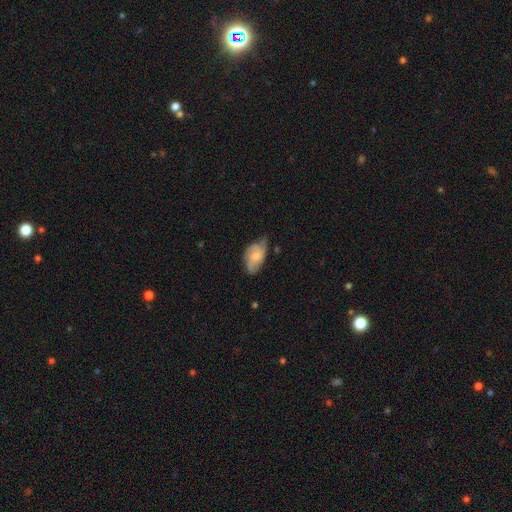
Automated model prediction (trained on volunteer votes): Q: Smooth or featured?
A: featured or disk (62%); runner-up: smooth (32%)
Q: Edge-on disk?
A: no (96%); runner-up: yes (4%)
Q: Bar?
A: no (68%); runner-up: weak (28%)
Q: Spiral arms?
A: yes (89%); runner-up: no (11%)
Q: Spiral winding?
A: medium (47%); runner-up: tight (32%)
Q: Spiral arm count?
A: 3 (37%); runner-up: 2 (28%)
Q: Bulge size?
A: moderate (44%); runner-up: small (37%)
Q: Merging?
A: none (56%); runner-up: minor disturbance (32%)